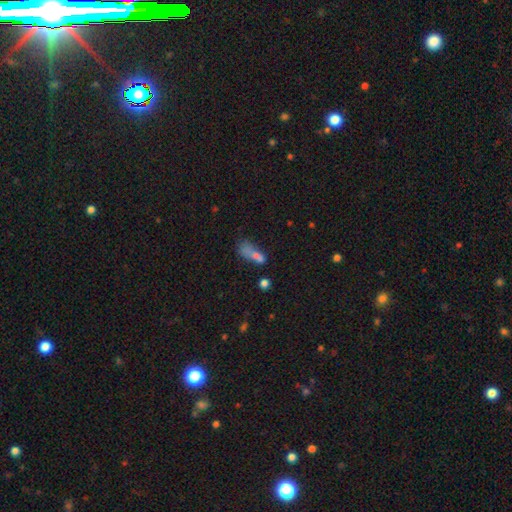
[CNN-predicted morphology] Smooth or featured? smooth (62%)
How rounded? in between (56%)
Merging? merger (31%)